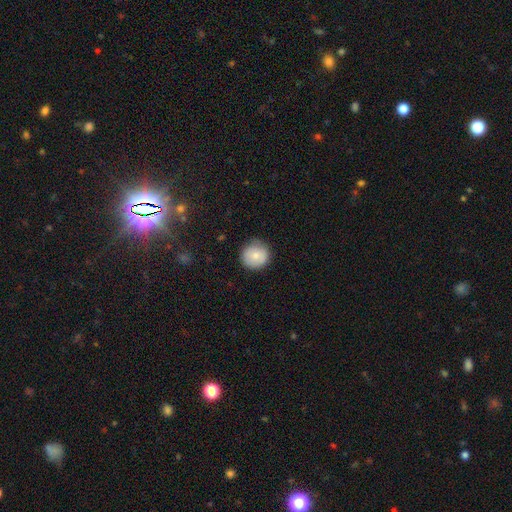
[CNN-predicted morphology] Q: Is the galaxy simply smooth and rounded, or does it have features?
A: smooth — 79%.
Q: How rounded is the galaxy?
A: round — 93%.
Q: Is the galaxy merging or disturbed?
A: none — 83%.